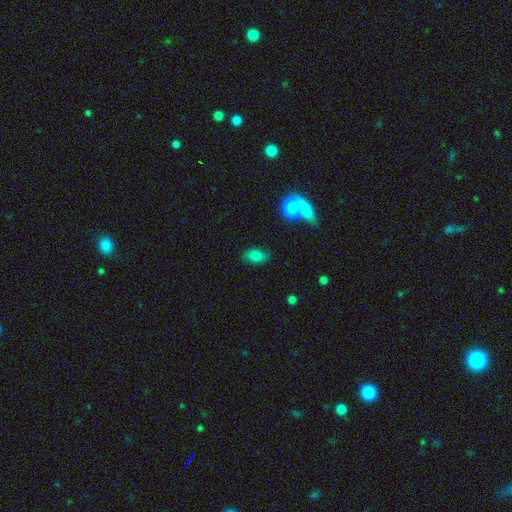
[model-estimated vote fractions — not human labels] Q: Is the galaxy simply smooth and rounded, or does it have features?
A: smooth — 79%.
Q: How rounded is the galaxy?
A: in between — 85%.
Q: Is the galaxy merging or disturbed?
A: none — 79%.